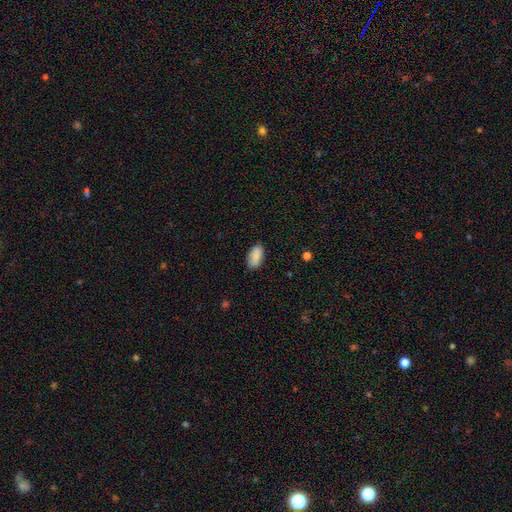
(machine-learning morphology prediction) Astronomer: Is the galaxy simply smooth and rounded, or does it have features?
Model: smooth — 88%.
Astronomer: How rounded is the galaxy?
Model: in between — 94%.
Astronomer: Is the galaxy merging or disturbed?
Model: none — 85%.